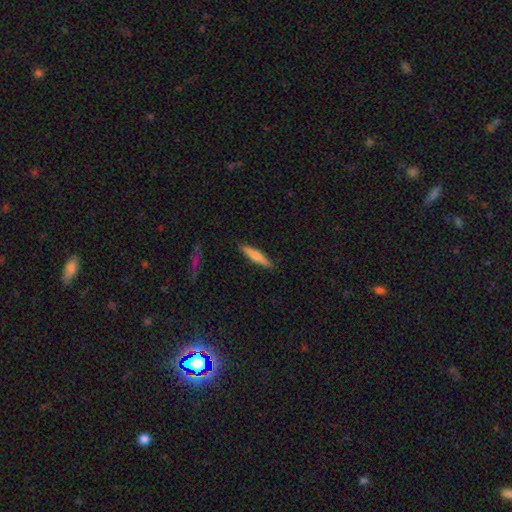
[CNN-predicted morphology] Overall: smooth (67%; featured or disk 28%). How rounded: cigar-shaped (89%). Merging: none (89%).